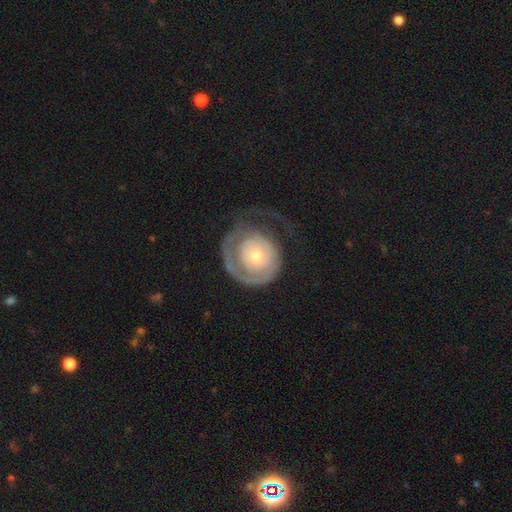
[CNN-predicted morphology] Q: Smooth or featured?
A: featured or disk (67%); runner-up: smooth (28%)
Q: Edge-on disk?
A: no (97%); runner-up: yes (3%)
Q: Bar?
A: no (83%); runner-up: weak (14%)
Q: Spiral arms?
A: yes (75%); runner-up: no (25%)
Q: Bulge size?
A: small (48%); runner-up: moderate (44%)
Q: Merging?
A: none (42%); runner-up: major disturbance (37%)